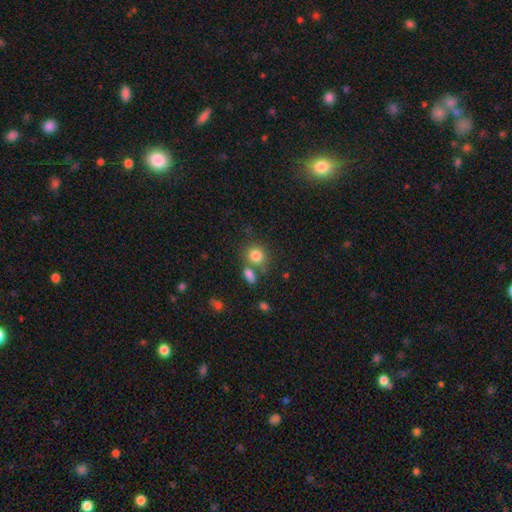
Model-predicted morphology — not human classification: Smooth or featured: smooth — 82% (star or artifact — 11%)
How rounded: round — 76% (in between — 22%)
Merging: none — 62% (merger — 22%)